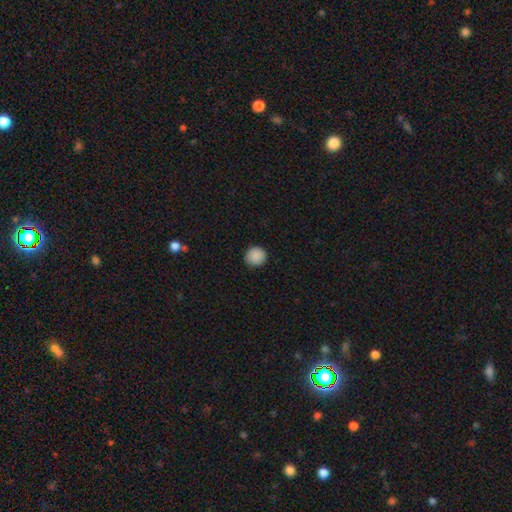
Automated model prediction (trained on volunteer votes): The model was most divided on "smooth or featured": smooth: 89%, star or artifact: 8%, featured or disk: 3%. More confident: how rounded — round (94%); merging — none (91%).